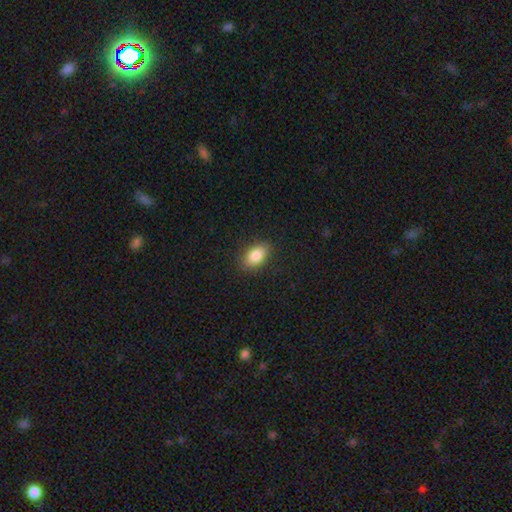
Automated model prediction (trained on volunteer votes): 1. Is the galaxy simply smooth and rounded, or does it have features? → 85% smooth, 8% star or artifact, 7% featured or disk.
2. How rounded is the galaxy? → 88% in between, 9% round, 3% cigar-shaped.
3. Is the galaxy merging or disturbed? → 87% none, 10% minor disturbance, 3% major disturbance, 1% merger.